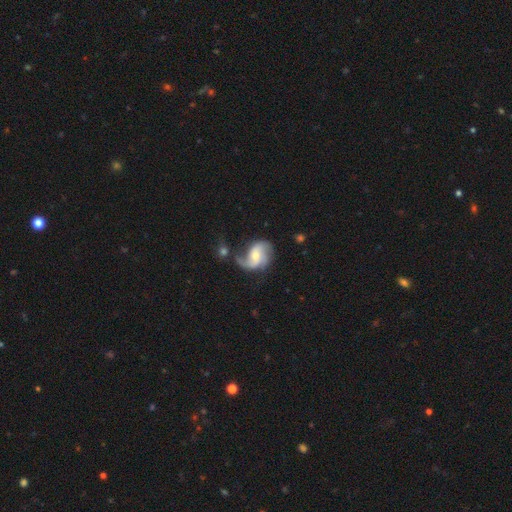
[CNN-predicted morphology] The model was most divided on "bar": no: 47%, weak: 41%, strong: 13%. Remaining: edge-on disk — no (98%); spiral arms — yes (94%); smooth or featured — featured or disk (80%); spiral arm count — 2 (70%); bulge size — moderate (51%); spiral winding — loose (51%); merging — none (45%).